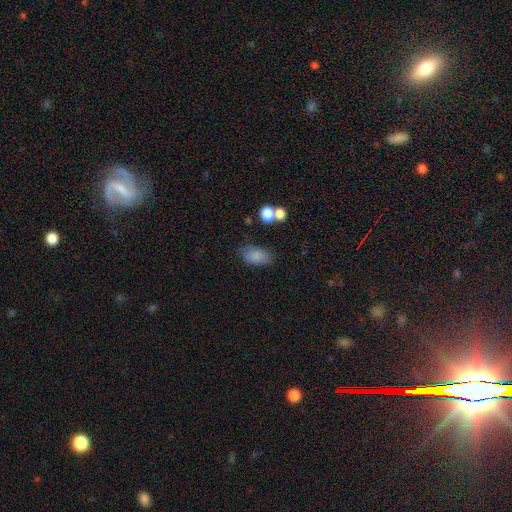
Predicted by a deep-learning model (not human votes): Smooth or featured?
  - smooth: 82% *
  - star or artifact: 9%
  - featured or disk: 8%
How rounded?
  - in between: 90% *
  - round: 7%
  - cigar-shaped: 3%
Merging?
  - none: 64% *
  - minor disturbance: 21%
  - major disturbance: 7%
  - merger: 7%